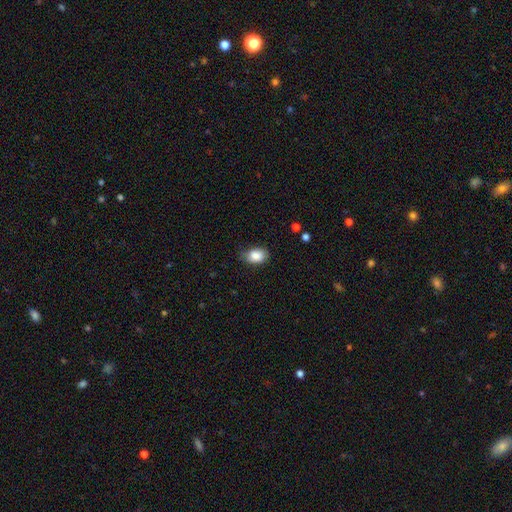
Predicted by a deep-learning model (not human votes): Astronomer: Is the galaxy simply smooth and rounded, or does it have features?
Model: smooth — 86%.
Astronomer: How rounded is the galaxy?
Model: in between — 86%.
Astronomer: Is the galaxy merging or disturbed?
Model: none — 70%.